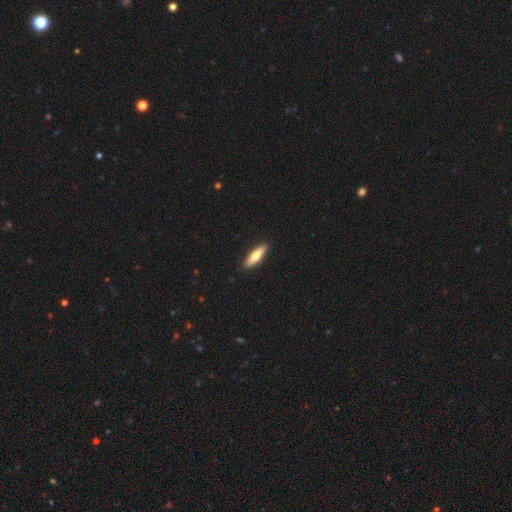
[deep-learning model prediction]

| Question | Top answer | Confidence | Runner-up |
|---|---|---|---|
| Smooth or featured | smooth | 66% | featured or disk (29%) |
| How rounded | cigar-shaped | 66% | in between (32%) |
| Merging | none | 91% | minor disturbance (7%) |